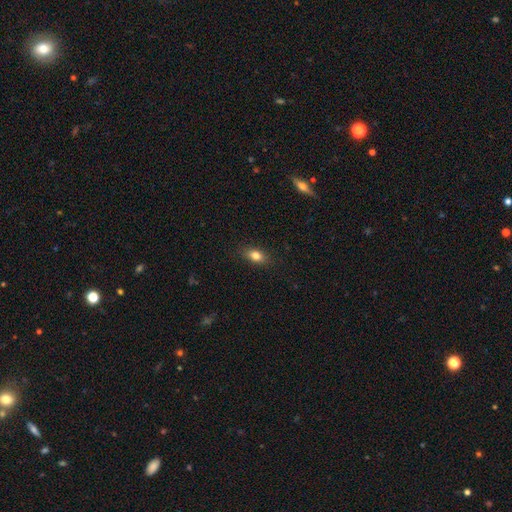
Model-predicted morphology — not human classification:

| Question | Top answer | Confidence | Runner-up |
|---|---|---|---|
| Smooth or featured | smooth | 81% | featured or disk (10%) |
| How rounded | in between | 80% | round (13%) |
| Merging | none | 86% | minor disturbance (10%) |